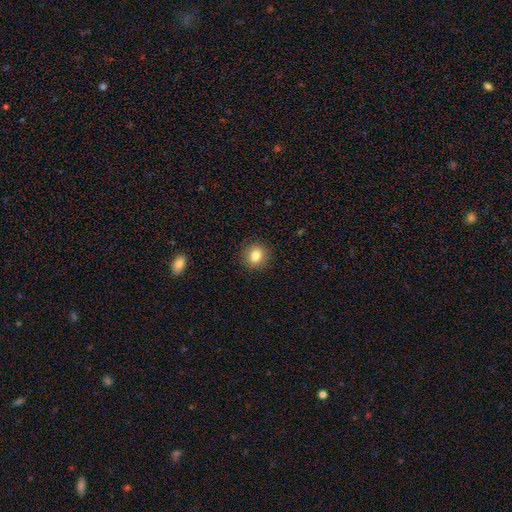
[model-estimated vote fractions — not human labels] This appears to be a smooth galaxy with no disk features (83%) that is round (80%). Merging: none (90%).